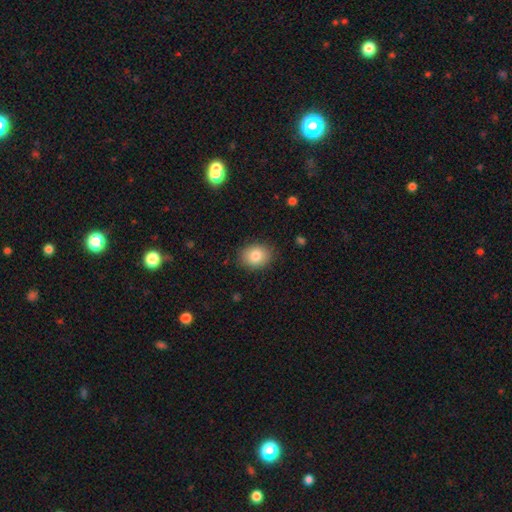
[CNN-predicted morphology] A smooth galaxy with no disk features (83%) that is in between round and cigar-shaped (55%). Merging: none (86%).